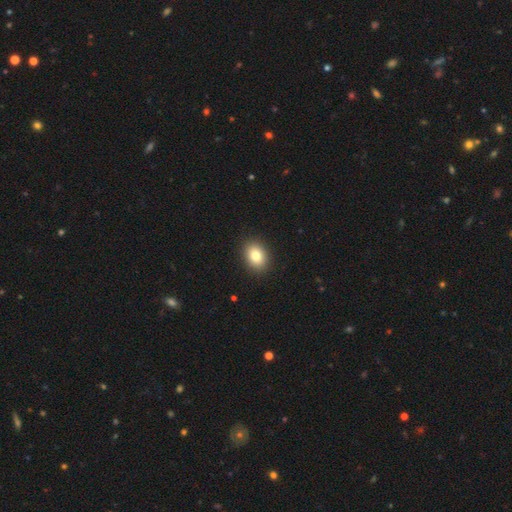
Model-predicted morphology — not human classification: type=smooth (82%); roundness=in between (67%); merging=none (91%).